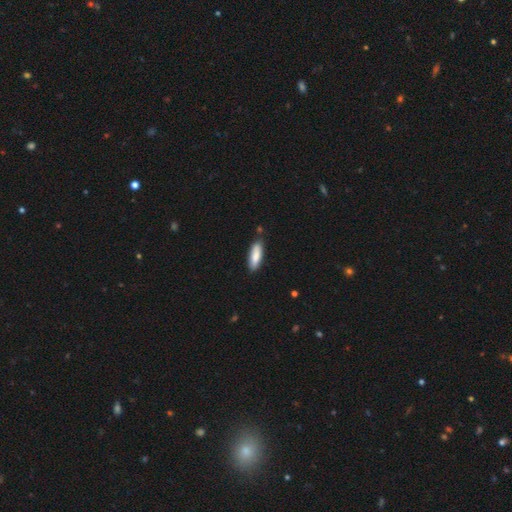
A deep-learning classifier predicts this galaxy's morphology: This is clearly a smooth galaxy (83%). How rounded: possibly cigar-shaped (50%). Merging: clearly none (83%).